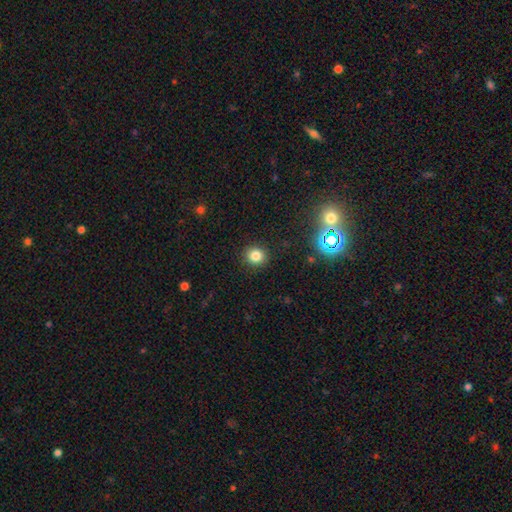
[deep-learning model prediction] A smooth galaxy with no disk features (81%) that is round (86%). Merging: none (90%).